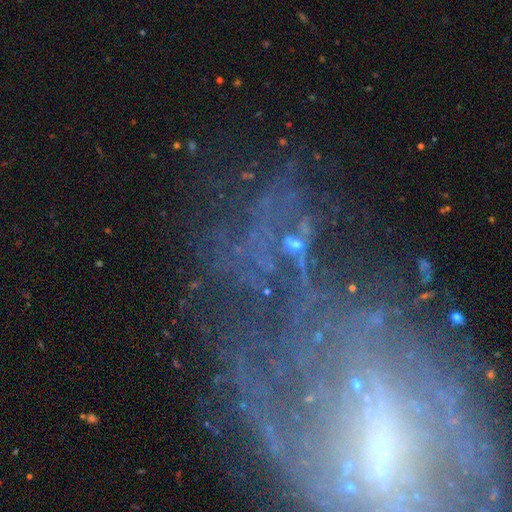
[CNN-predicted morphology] Smooth or featured?
  - featured or disk: 55% *
  - star or artifact: 32%
  - smooth: 13%
Edge-on disk?
  - no: 93% *
  - yes: 7%
Bar?
  - no: 62% *
  - weak: 23%
  - strong: 15%
Spiral arms?
  - yes: 70% *
  - no: 30%
Bulge size?
  - small: 49% *
  - none: 26%
  - moderate: 18%
  - large: 4%
  - dominant: 3%
Merging?
  - none: 52% *
  - major disturbance: 23%
  - minor disturbance: 16%
  - merger: 9%